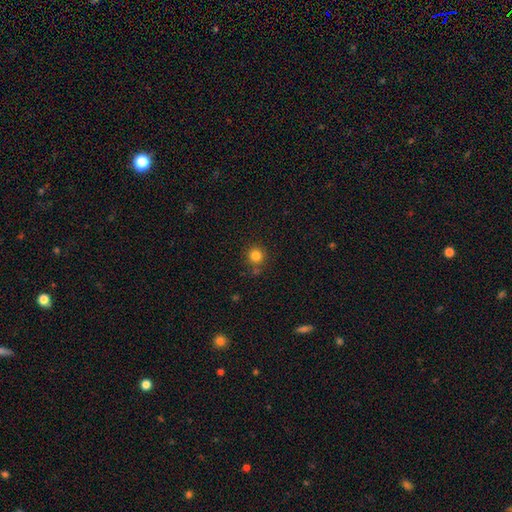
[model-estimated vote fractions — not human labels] smooth-or-featured: smooth: 83% | star or artifact: 12% | featured or disk: 5%
  how-rounded: round: 94% | in between: 5% | cigar-shaped: 1%
  merging: none: 81% | minor disturbance: 9% | merger: 7% | major disturbance: 3%